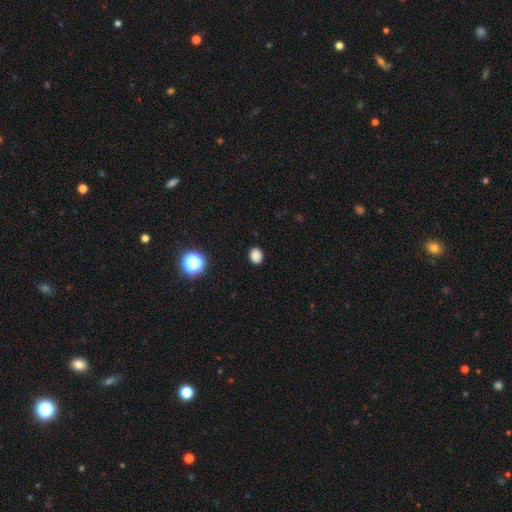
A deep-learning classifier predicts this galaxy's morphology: smooth_or_featured: smooth (p=0.84) [alt: star or artifact p=0.13]
how_rounded: round (p=0.51) [alt: in between p=0.48]
merging: none (p=0.89) [alt: minor disturbance p=0.08]